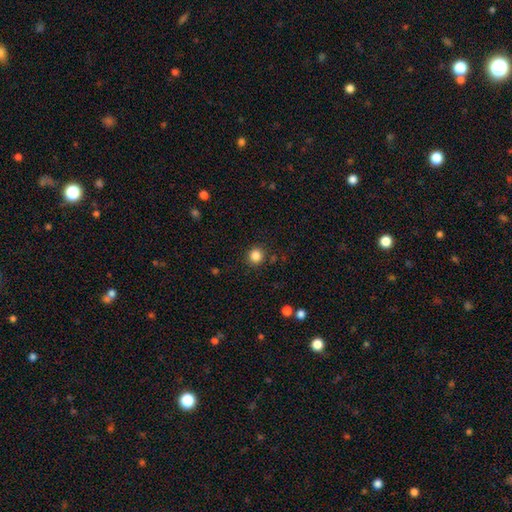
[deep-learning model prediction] smooth 84%, star or artifact 12%, featured or disk 4%. Down the decision tree: how rounded — round (91%); merging — none (89%).